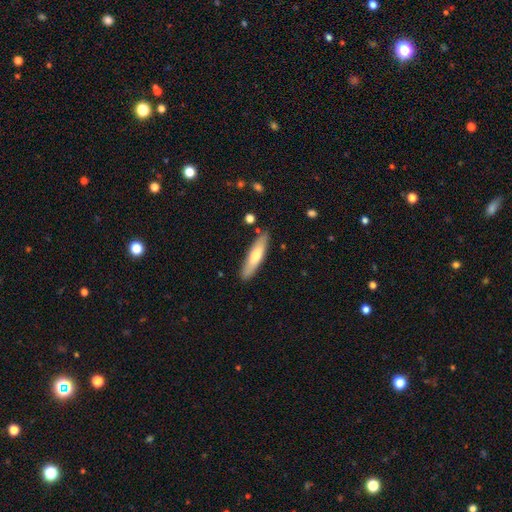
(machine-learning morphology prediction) Smooth or featured?
  - smooth: 65% *
  - featured or disk: 30%
  - star or artifact: 6%
How rounded?
  - cigar-shaped: 78% *
  - in between: 20%
  - round: 1%
Merging?
  - none: 87% *
  - minor disturbance: 10%
  - merger: 2%
  - major disturbance: 2%